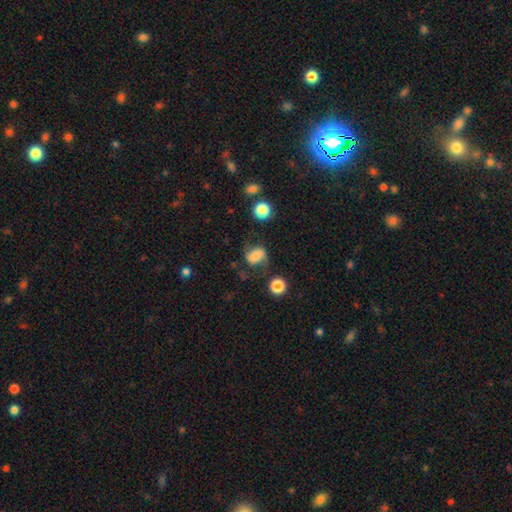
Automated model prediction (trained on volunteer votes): Smooth or featured: smooth — 55% (featured or disk — 33%)
How rounded: in between — 53% (round — 45%)
Merging: none — 54% (minor disturbance — 25%)